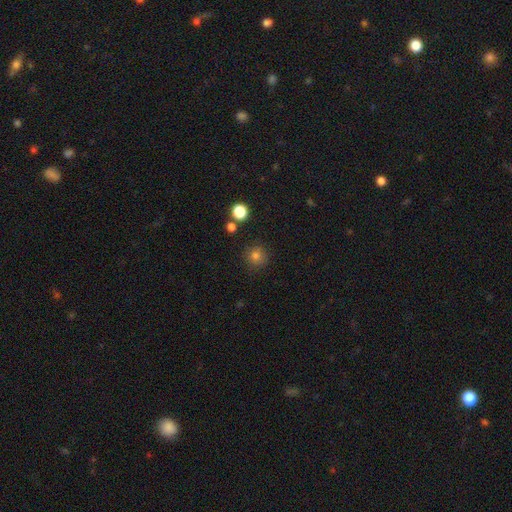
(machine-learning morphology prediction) Smooth or featured: smooth — 79% (star or artifact — 15%)
How rounded: round — 94% (in between — 5%)
Merging: none — 87% (minor disturbance — 8%)